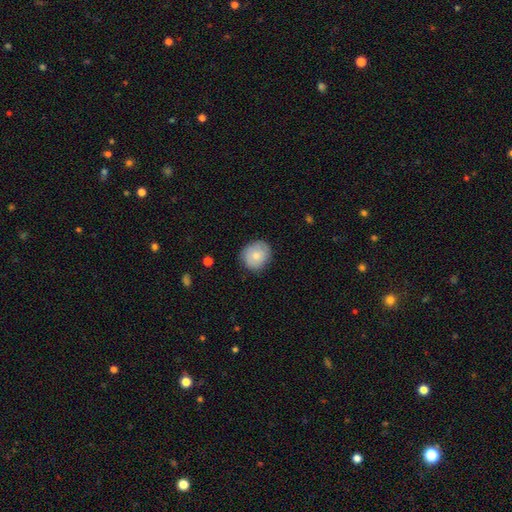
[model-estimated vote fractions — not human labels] Morphology: type=smooth (75%); roundness=round (75%); merging=none (80%).